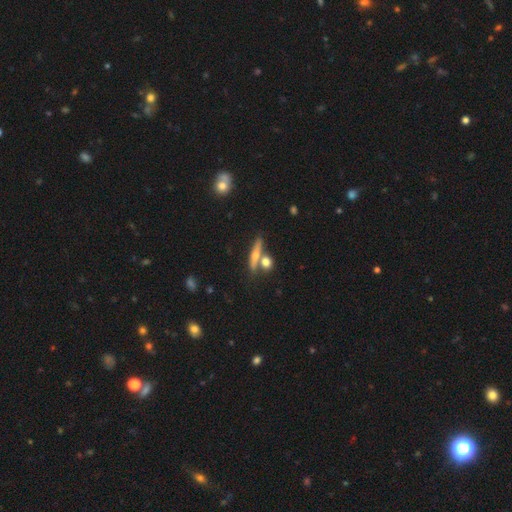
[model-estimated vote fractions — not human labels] Smooth or featured?
  - featured or disk: 47% *
  - smooth: 43%
  - star or artifact: 9%
Merging?
  - none: 64% *
  - merger: 22%
  - minor disturbance: 10%
  - major disturbance: 4%